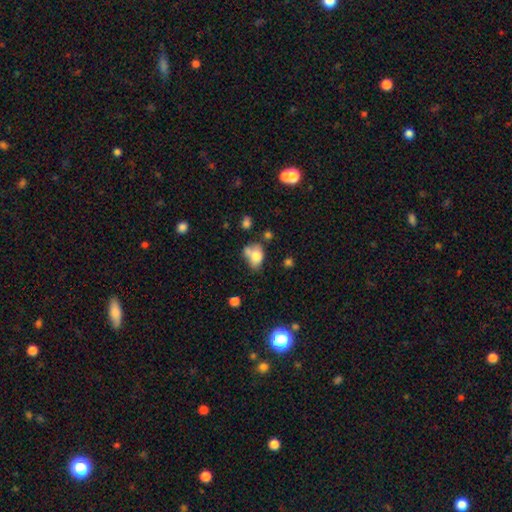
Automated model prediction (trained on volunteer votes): This is likely a smooth galaxy (72%). How rounded: likely in between (72%). Merging: marginally merger (34%).